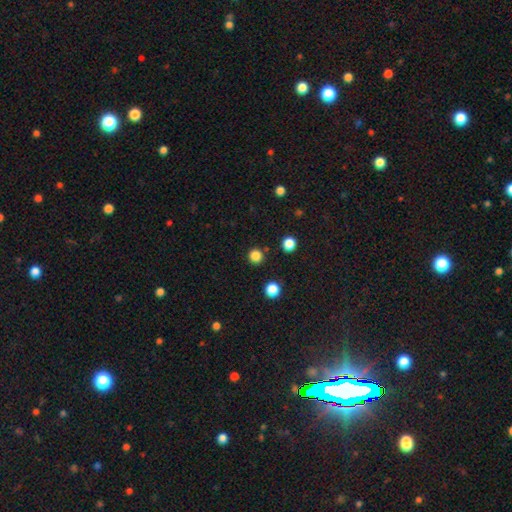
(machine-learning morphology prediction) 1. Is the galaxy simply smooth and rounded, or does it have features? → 83% smooth, 14% star or artifact, 3% featured or disk.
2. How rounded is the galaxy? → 95% round, 4% in between, 1% cigar-shaped.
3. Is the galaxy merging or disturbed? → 90% none, 5% minor disturbance, 3% merger, 2% major disturbance.